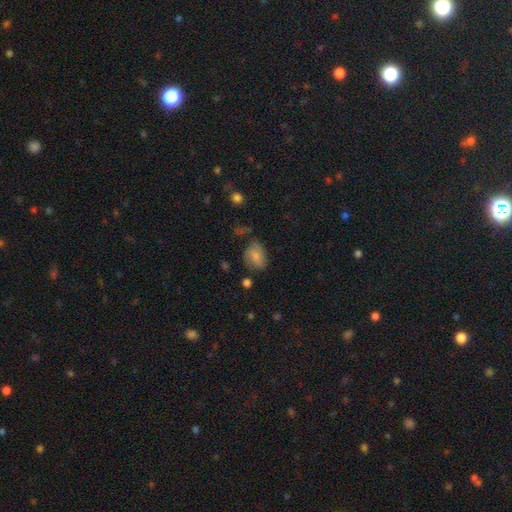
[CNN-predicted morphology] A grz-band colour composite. It shows a smooth galaxy with no disk features (72%) that is in between round and cigar-shaped (71%). Merging: none (52%).